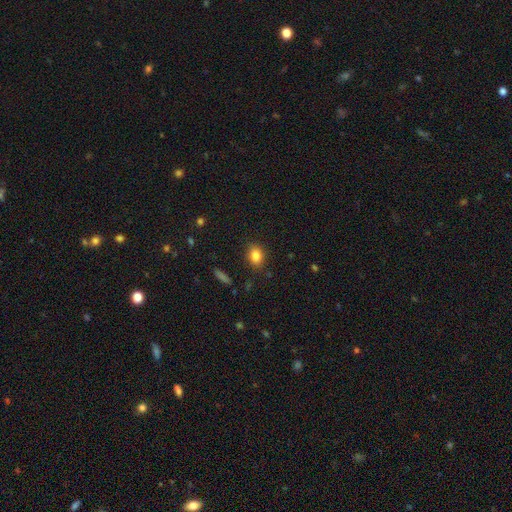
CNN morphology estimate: Smooth or featured?
  - smooth: 84% *
  - star or artifact: 10%
  - featured or disk: 6%
How rounded?
  - in between: 62% *
  - round: 36%
  - cigar-shaped: 2%
Merging?
  - none: 86% *
  - minor disturbance: 10%
  - major disturbance: 3%
  - merger: 1%